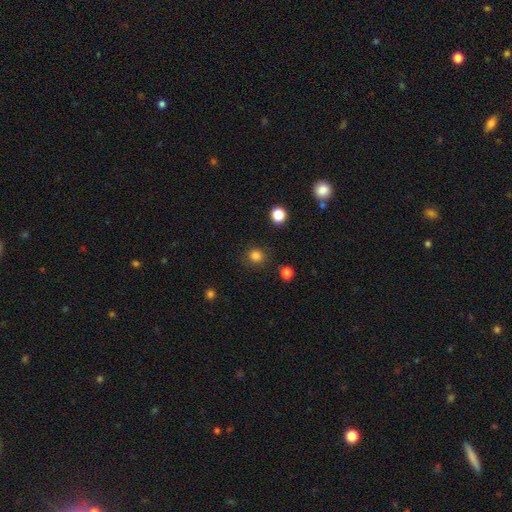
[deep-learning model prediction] A smooth galaxy with no disk features (83%) that is round (88%). Merging: none (86%).